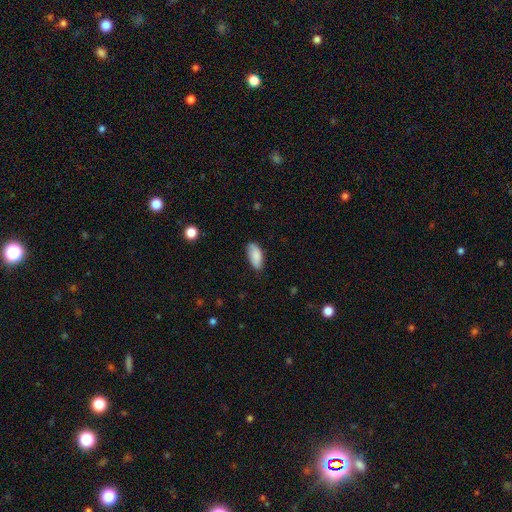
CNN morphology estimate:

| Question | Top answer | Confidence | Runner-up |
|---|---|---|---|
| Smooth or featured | smooth | 85% | featured or disk (8%) |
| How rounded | in between | 89% | cigar-shaped (9%) |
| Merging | none | 77% | minor disturbance (19%) |